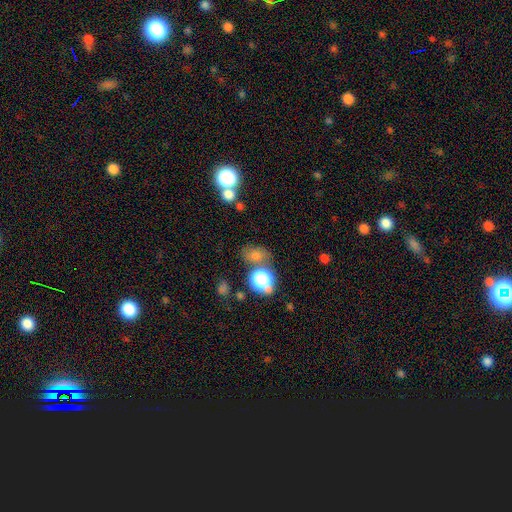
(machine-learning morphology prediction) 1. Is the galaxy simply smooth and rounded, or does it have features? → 54% smooth, 32% star or artifact, 14% featured or disk.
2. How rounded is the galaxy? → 56% round, 42% in between, 2% cigar-shaped.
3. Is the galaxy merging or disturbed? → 63% none, 15% merger, 15% minor disturbance, 7% major disturbance.